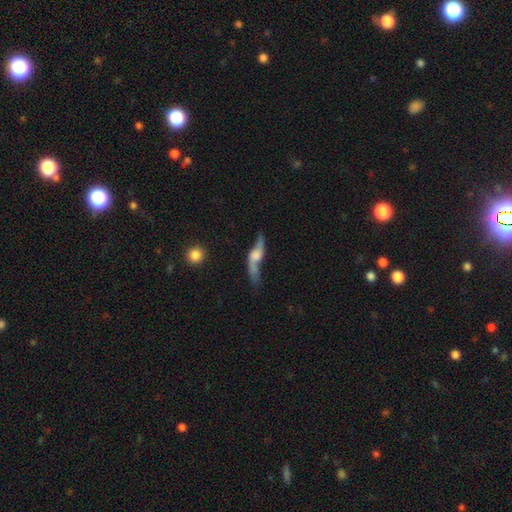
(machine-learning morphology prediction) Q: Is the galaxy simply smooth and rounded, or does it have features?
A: featured or disk — 71%.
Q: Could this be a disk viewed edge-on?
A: no — 60%.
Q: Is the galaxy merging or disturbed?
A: none — 50%.